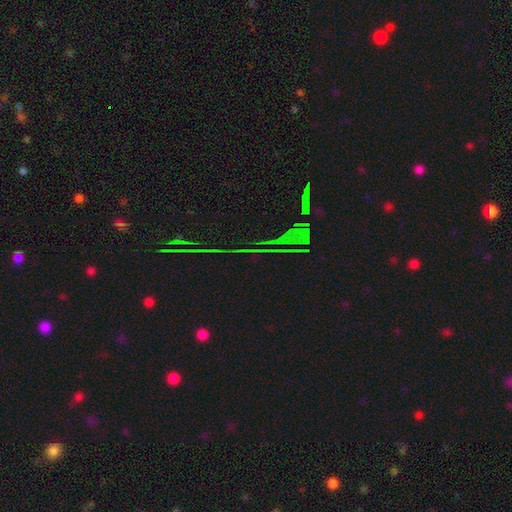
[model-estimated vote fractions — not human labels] Morphology: type=star or artifact (83%).